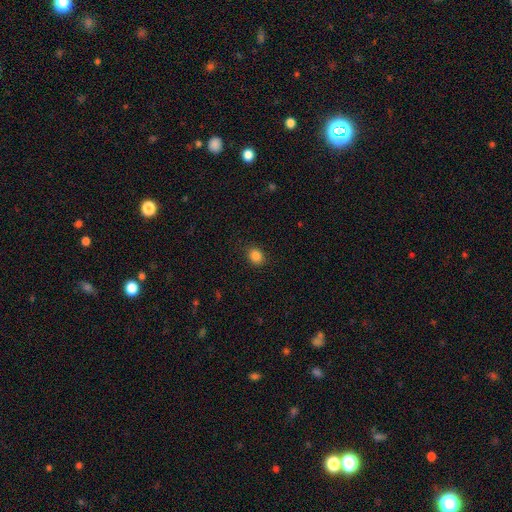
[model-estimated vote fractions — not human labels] Morphology: type=smooth (85%); roundness=round (59%); merging=none (88%).